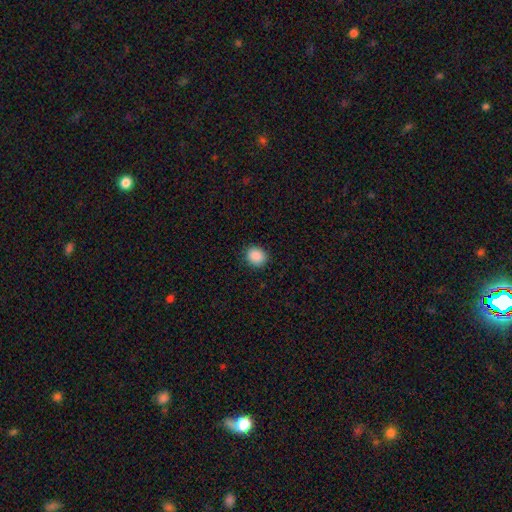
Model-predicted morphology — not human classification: Overall: smooth (88%). How rounded: round (78%). Merging: none (90%).